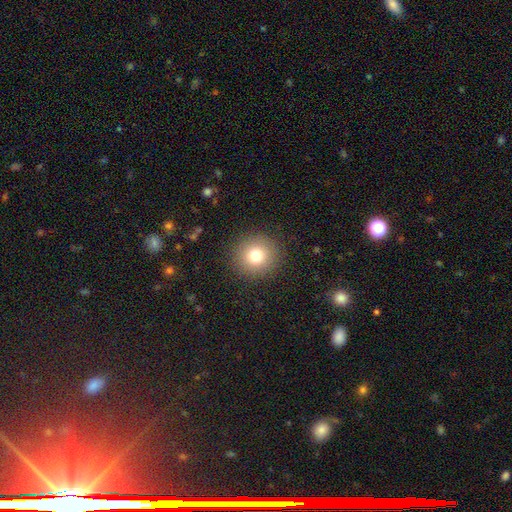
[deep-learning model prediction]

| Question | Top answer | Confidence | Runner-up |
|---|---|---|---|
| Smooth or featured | smooth | 78% | star or artifact (12%) |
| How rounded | round | 93% | in between (6%) |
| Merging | none | 90% | minor disturbance (6%) |